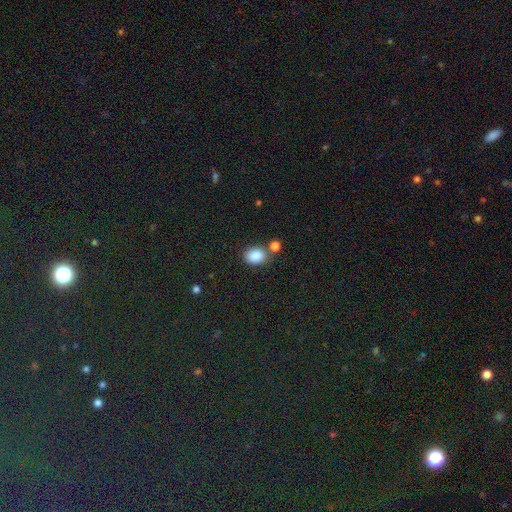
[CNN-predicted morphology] Overall: smooth (85%). How rounded: in between (66%; round 33%). Merging: none (65%).